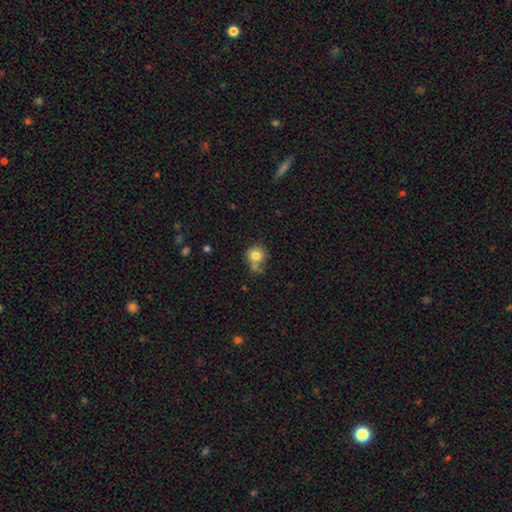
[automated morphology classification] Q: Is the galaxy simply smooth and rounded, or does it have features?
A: smooth — 80%.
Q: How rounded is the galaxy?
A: round — 87%.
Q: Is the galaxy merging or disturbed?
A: none — 56%.